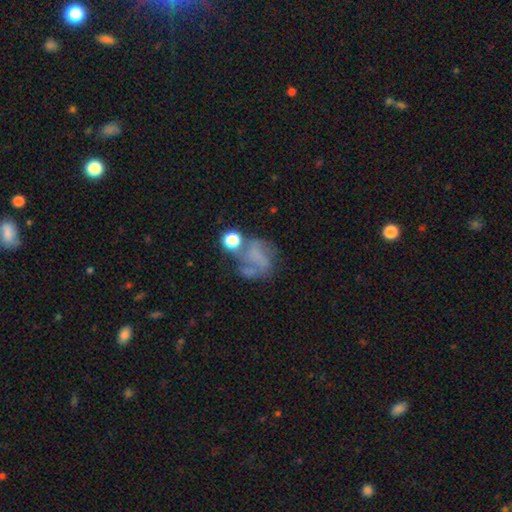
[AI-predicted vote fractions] smooth_or_featured: featured or disk (p=0.48) [alt: smooth p=0.35]
merging: none (p=0.35) [alt: major disturbance p=0.29]